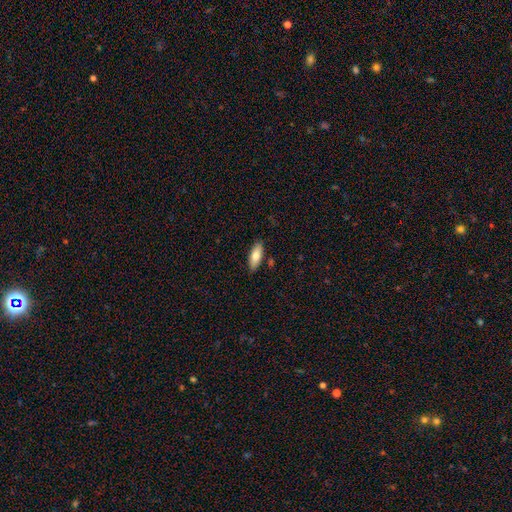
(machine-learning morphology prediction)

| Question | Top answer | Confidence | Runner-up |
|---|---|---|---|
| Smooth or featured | smooth | 78% | featured or disk (16%) |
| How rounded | in between | 74% | cigar-shaped (24%) |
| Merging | none | 85% | minor disturbance (10%) |